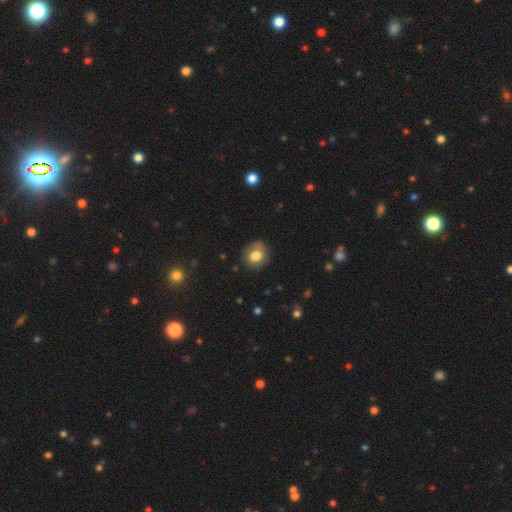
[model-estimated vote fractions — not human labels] This appears to be a smooth galaxy with no disk features (71%) that is round (78%). Merging: none (75%).